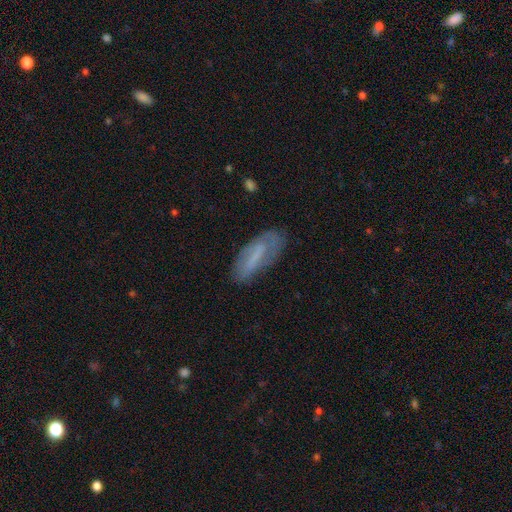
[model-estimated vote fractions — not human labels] Smooth or featured?
  - smooth: 51% *
  - featured or disk: 40%
  - star or artifact: 9%
How rounded?
  - in between: 57% *
  - cigar-shaped: 41%
  - round: 2%
Merging?
  - none: 65% *
  - minor disturbance: 23%
  - major disturbance: 10%
  - merger: 2%